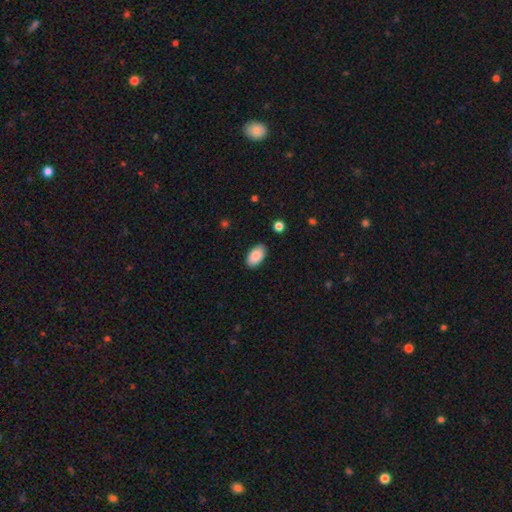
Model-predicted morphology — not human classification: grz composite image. It shows a smooth galaxy with no disk features (87%) that is in between round and cigar-shaped (95%). Merging: none (87%).